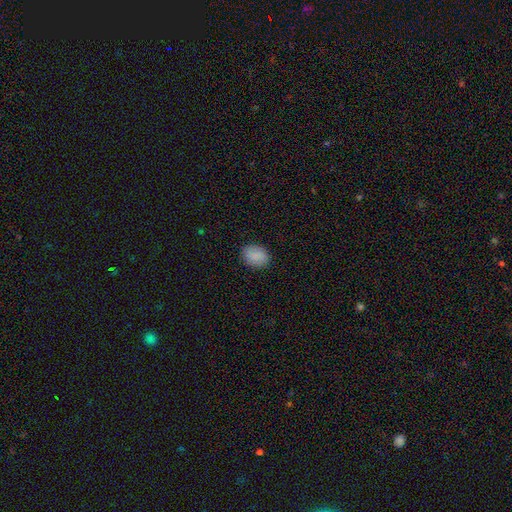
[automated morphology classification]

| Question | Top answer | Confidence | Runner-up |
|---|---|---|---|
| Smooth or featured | smooth | 87% | star or artifact (7%) |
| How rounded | in between | 65% | round (34%) |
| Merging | none | 87% | minor disturbance (9%) |